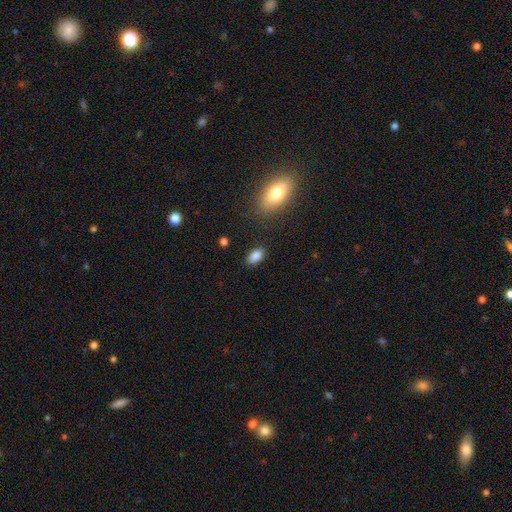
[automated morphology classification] This is clearly a smooth galaxy (86%). How rounded: clearly in between (91%). Merging: clearly none (85%).